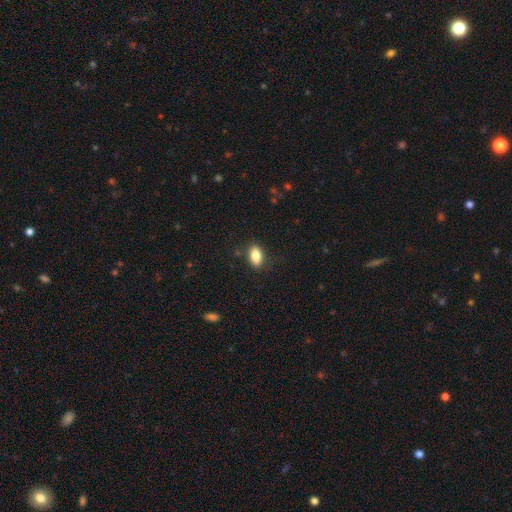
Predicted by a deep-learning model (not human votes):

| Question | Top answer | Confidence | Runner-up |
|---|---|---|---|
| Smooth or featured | smooth | 84% | star or artifact (8%) |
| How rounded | in between | 88% | round (7%) |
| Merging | none | 85% | minor disturbance (11%) |